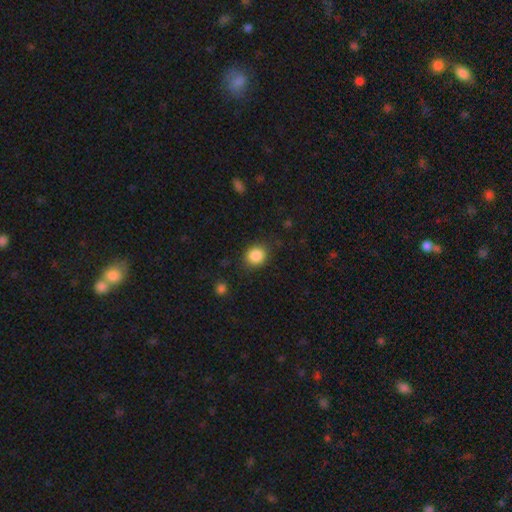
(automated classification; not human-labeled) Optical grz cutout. It shows a smooth galaxy with no disk features (87%) that is round (75%). Merging: none (84%).